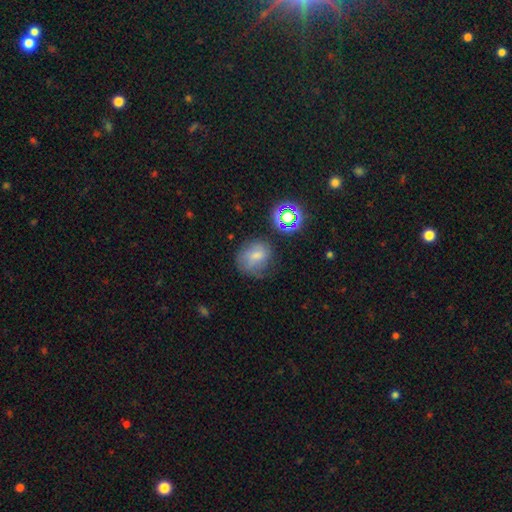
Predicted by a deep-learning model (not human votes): smooth 59%, featured or disk 24%, star or artifact 17%. Down the decision tree: how rounded — round (70%); merging — none (53%).